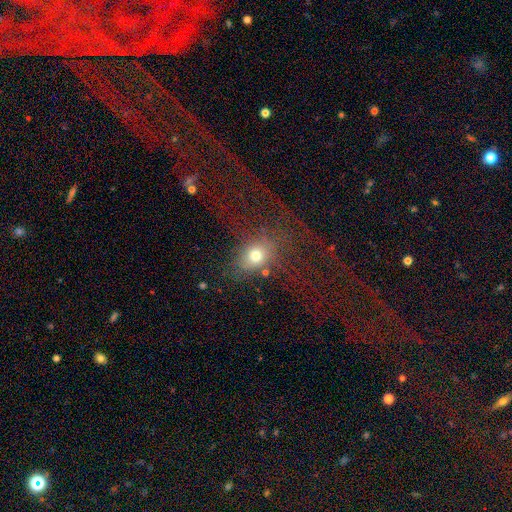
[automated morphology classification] Smooth or featured: smooth — 68% (star or artifact — 18%)
How rounded: round — 52% (in between — 46%)
Merging: none — 61% (major disturbance — 20%)